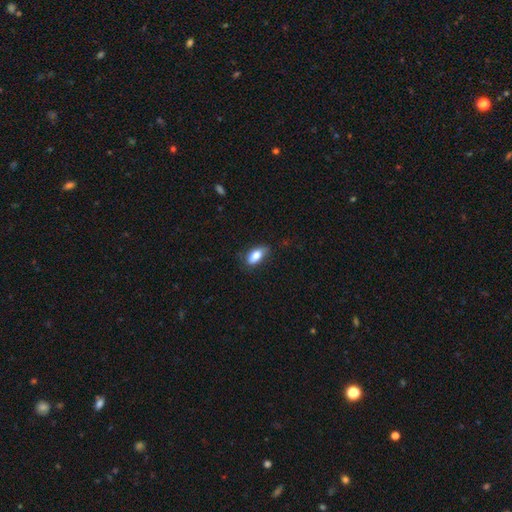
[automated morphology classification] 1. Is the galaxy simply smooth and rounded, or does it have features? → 82% smooth, 11% featured or disk, 7% star or artifact.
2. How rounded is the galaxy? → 85% in between, 10% cigar-shaped, 4% round.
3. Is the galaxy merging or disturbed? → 70% none, 23% minor disturbance, 6% major disturbance, 1% merger.